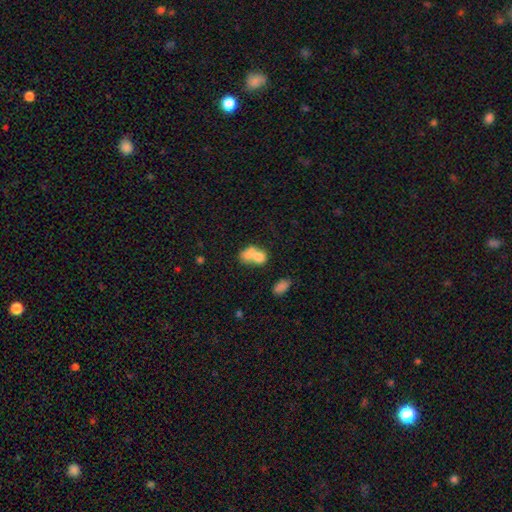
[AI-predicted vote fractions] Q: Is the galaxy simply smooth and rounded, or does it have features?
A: smooth — 68%.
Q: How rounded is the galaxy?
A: in between — 56%.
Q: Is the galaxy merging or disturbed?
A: merger — 67%.